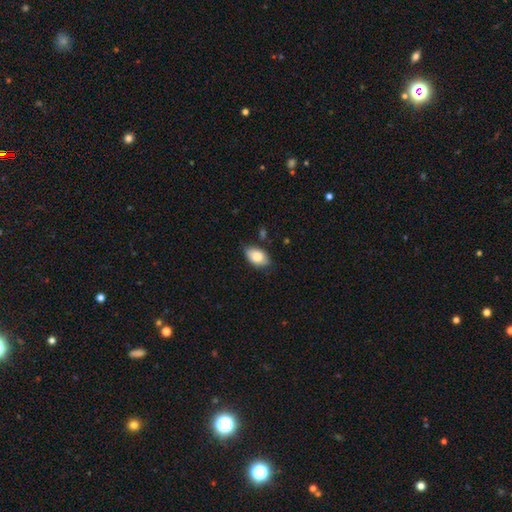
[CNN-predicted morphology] This is clearly a smooth galaxy (82%). How rounded: clearly in between (91%). Merging: likely none (75%).